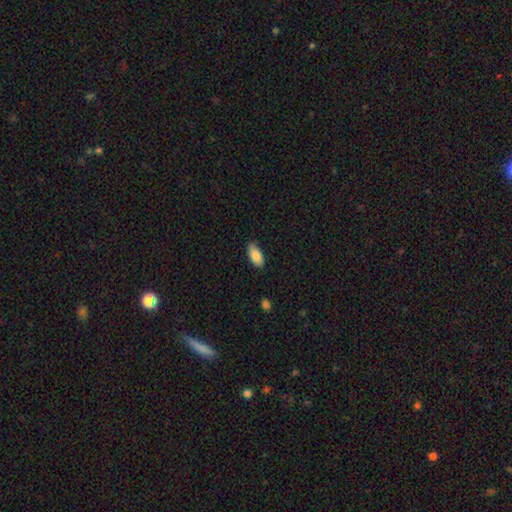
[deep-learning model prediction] smooth-or-featured: smooth: 85% | featured or disk: 9% | star or artifact: 7%
  how-rounded: in between: 92% | cigar-shaped: 6% | round: 2%
  merging: none: 83% | minor disturbance: 13% | major disturbance: 2% | merger: 1%